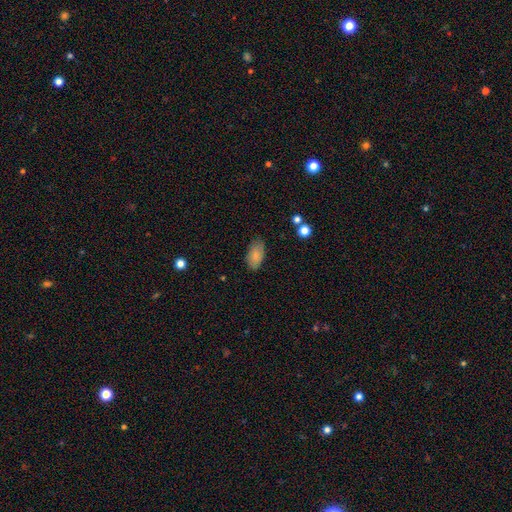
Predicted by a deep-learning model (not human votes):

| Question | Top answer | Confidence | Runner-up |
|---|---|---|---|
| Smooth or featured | smooth | 84% | featured or disk (9%) |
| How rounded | in between | 93% | round (4%) |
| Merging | none | 81% | minor disturbance (15%) |